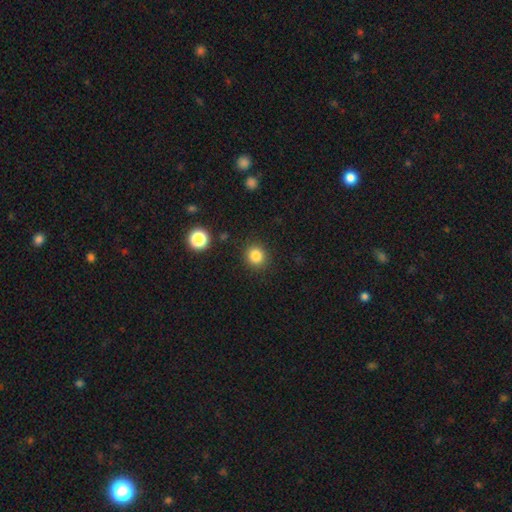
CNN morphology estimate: A smooth galaxy with no disk features (84%) that is round (86%). Merging: none (90%).